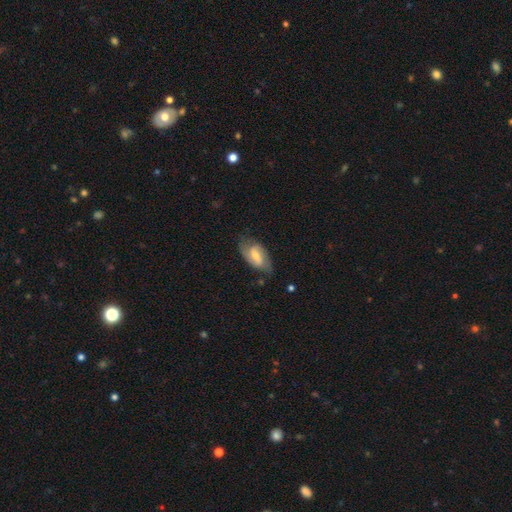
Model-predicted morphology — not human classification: A featured or disk galaxy (63%) with a weak bar (49%), 2 (84%) medium (43%) spiral arms (86%) and a small central bulge (46%).

Vote fractions:
- Smooth or featured? featured or disk: 63% / smooth: 30% / star or artifact: 6%
- Edge-on disk? no: 94% / yes: 6%
- Bar? weak: 49% / strong: 34% / no: 17%
- Spiral arms? yes: 86% / no: 14%
- Spiral winding? medium: 43% / loose: 36% / tight: 21%
- Spiral arm count? 2: 84% / can't tell: 9% / 1: 3% / 3: 1% / 4: 1% / more than 4: 1%
- Bulge size? small: 46% / moderate: 44% / none: 5% / large: 4% / dominant: 1%
- Merging? none: 69% / minor disturbance: 23% / major disturbance: 7% / merger: 2%